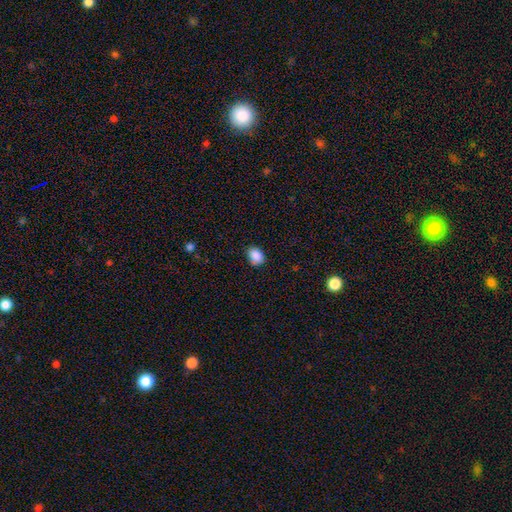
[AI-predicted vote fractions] smooth_or_featured: smooth (p=0.87) [alt: star or artifact p=0.09]
how_rounded: in between (p=0.56) [alt: round p=0.43]
merging: none (p=0.77) [alt: minor disturbance p=0.18]